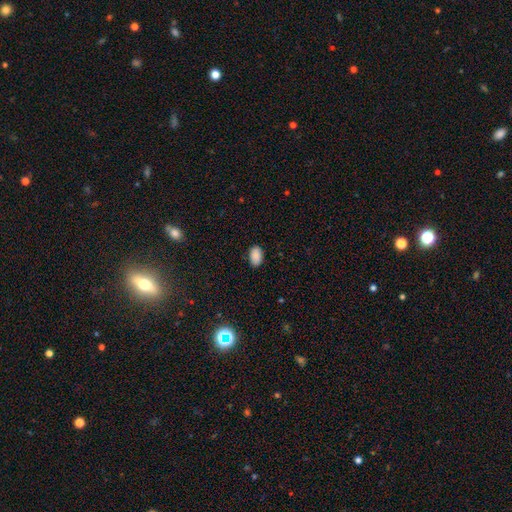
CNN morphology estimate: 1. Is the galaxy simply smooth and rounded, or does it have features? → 88% smooth, 8% star or artifact, 4% featured or disk.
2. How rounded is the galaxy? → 91% in between, 7% round, 1% cigar-shaped.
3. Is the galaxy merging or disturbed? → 85% none, 12% minor disturbance, 2% major disturbance, 1% merger.